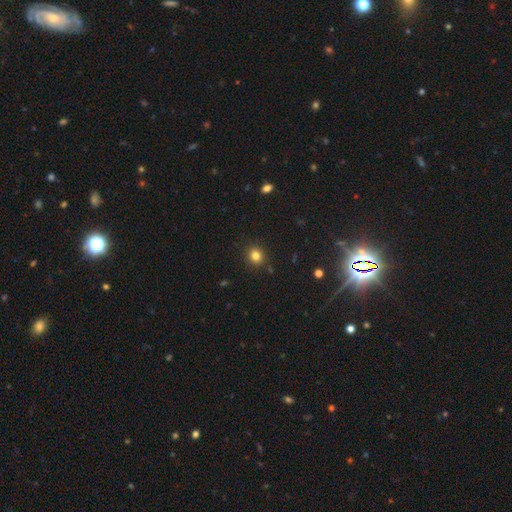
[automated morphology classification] Smooth or featured? Predicted: smooth (p=0.81). How rounded? Predicted: round (p=0.86). Merging? Predicted: none (p=0.90).